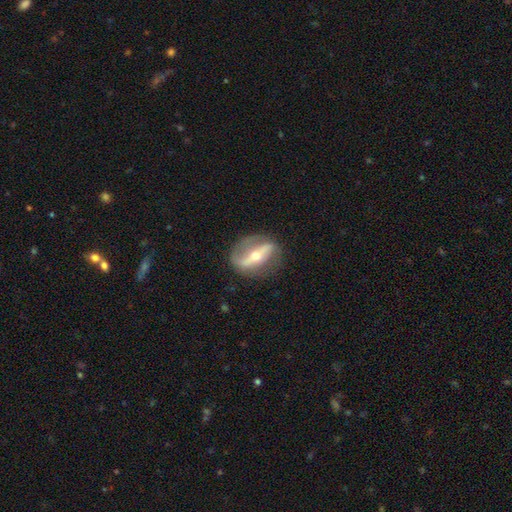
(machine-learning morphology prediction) Overall: featured or disk (81%). Edge-on disk: no (79%). Bar: strong (71%). Spiral arms: yes (75%). Bulge size: moderate (55%; small 40%). Merging: none (76%).